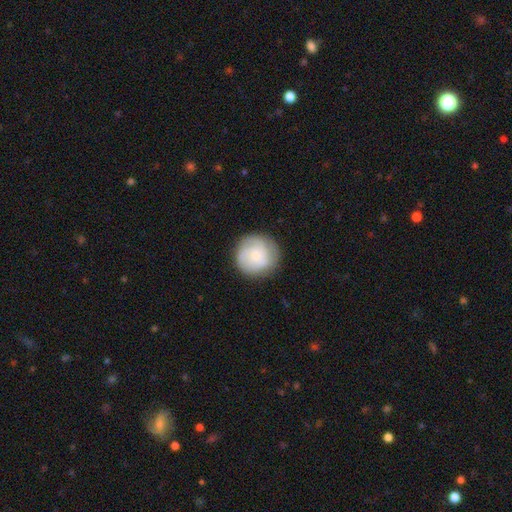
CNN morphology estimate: This appears to be a featured or disk galaxy (48%). Merging: none (77%).